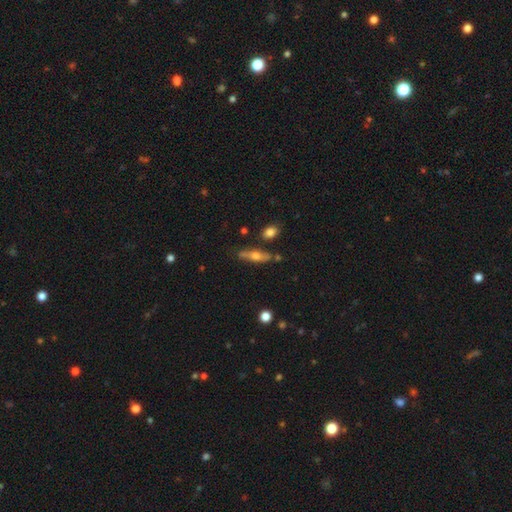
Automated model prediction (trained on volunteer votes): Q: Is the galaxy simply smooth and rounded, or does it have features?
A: featured or disk — 49%.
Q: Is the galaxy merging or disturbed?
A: none — 76%.